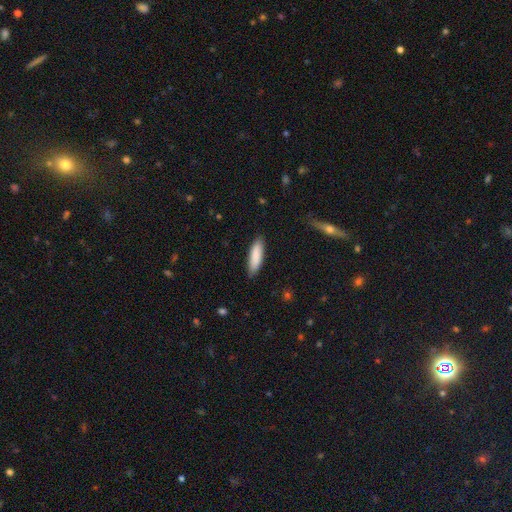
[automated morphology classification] type=smooth (87%); roundness=cigar-shaped (61%); merging=none (85%).